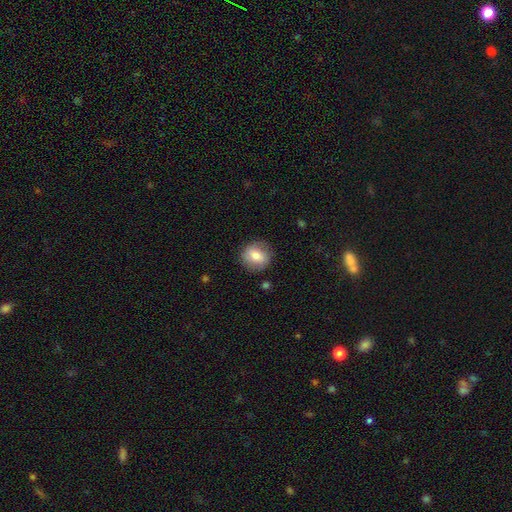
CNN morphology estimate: Smooth or featured? Predicted: smooth (p=0.73). How rounded? Predicted: round (p=0.84). Merging? Predicted: none (p=0.83).